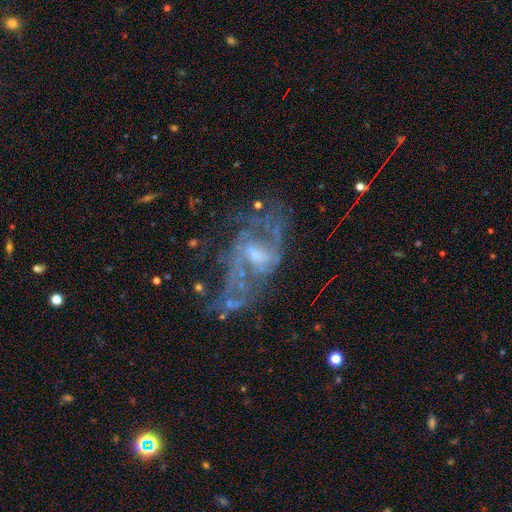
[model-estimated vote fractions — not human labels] smooth-or-featured: featured or disk: 80% | star or artifact: 11% | smooth: 9%
  disk-edge-on: no: 96% | yes: 4%
    bar: weak: 48% | no: 38% | strong: 14%
    has-spiral-arms: yes: 75% | no: 25%
      spiral-winding: loose: 41% (tied) | medium: 41% (tied) | tight: 17%
      spiral-arm-count: 2: 49% | can't tell: 29% | 3: 9% | 1: 7% | 4: 4% | more than 4: 3%
    bulge-size: small: 43% | moderate: 37% | none: 15% | large: 4% | dominant: 1%
  merging: none: 42% | major disturbance: 32% | minor disturbance: 18% | merger: 8%